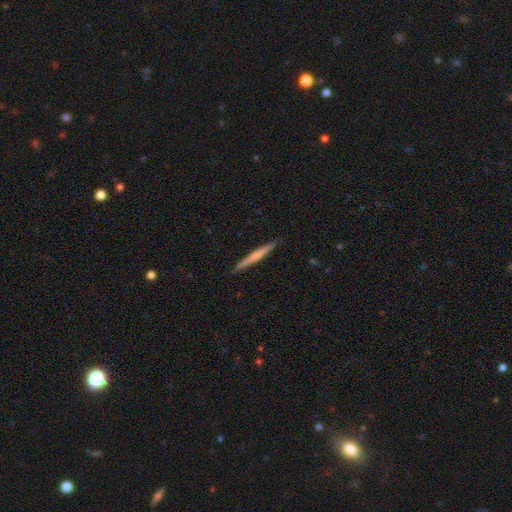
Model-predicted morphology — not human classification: smooth-or-featured: smooth: 52% | featured or disk: 43% | star or artifact: 5%
  how-rounded: cigar-shaped: 97% | in between: 2% | round: 1%
  merging: none: 92% | minor disturbance: 6% | major disturbance: 1% | merger: 1%